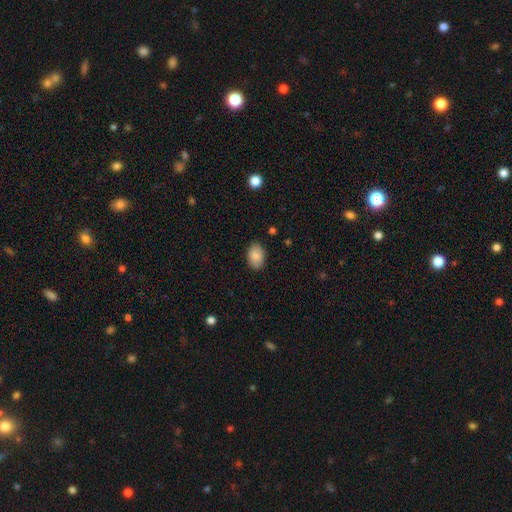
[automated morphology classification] Smooth or featured? smooth (87%)
How rounded? in between (87%)
Merging? none (84%)